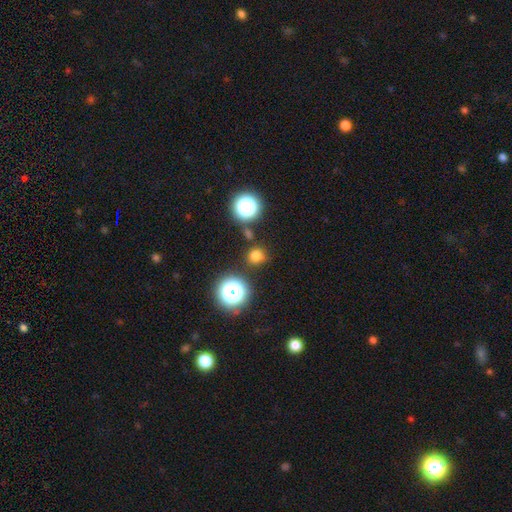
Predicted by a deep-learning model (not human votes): The model was most divided on "smooth or featured": smooth: 72%, star or artifact: 23%, featured or disk: 6%. More confident: how rounded — round (89%); merging — none (83%).